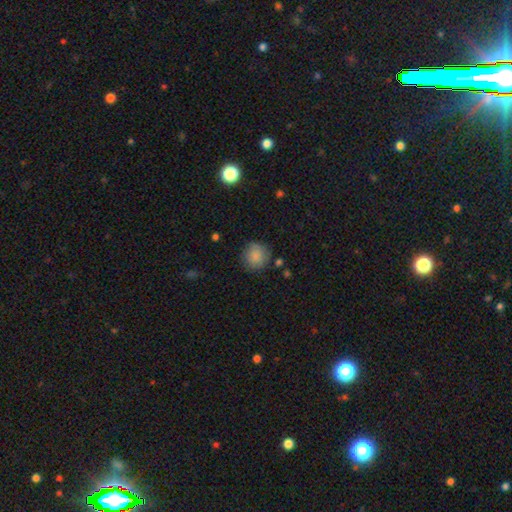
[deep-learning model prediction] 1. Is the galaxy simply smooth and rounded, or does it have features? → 85% smooth, 8% star or artifact, 7% featured or disk.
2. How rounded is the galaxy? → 91% round, 8% in between, 1% cigar-shaped.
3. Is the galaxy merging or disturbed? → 82% none, 12% minor disturbance, 3% major disturbance, 2% merger.